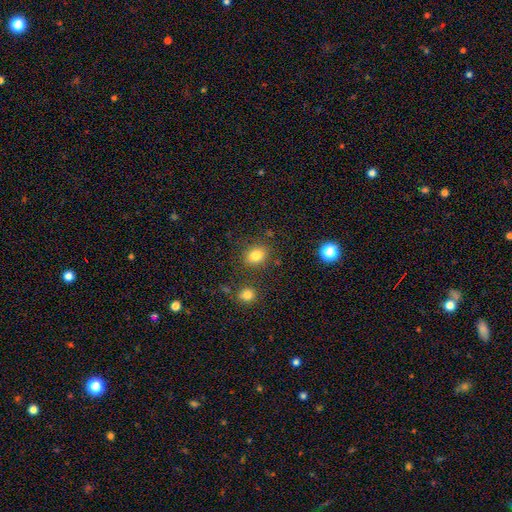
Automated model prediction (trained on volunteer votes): Smooth or featured? Predicted: smooth (p=0.81). How rounded? Predicted: in between (p=0.52). Merging? Predicted: none (p=0.80).